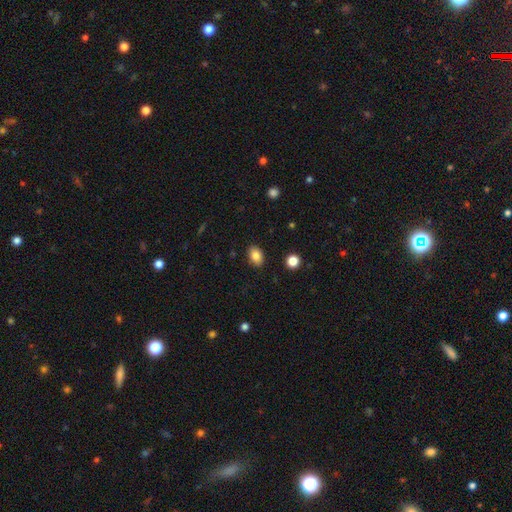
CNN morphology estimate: type=smooth (84%); roundness=in between (83%); merging=none (88%).